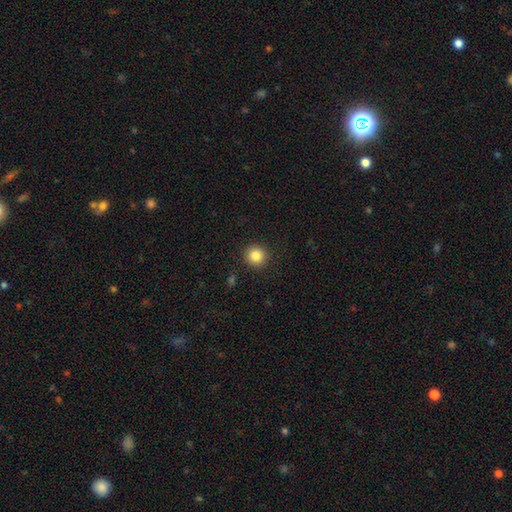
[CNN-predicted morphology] This appears to be a smooth galaxy with no disk features (85%) that is round (94%). Merging: none (92%).